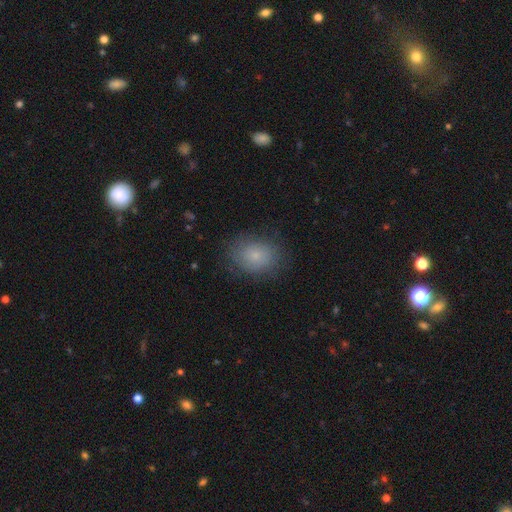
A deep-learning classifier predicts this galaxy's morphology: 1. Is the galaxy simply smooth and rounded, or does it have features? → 77% smooth, 13% featured or disk, 10% star or artifact.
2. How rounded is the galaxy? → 58% in between, 41% round, 1% cigar-shaped.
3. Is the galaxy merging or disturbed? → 80% none, 14% minor disturbance, 5% major disturbance, 1% merger.